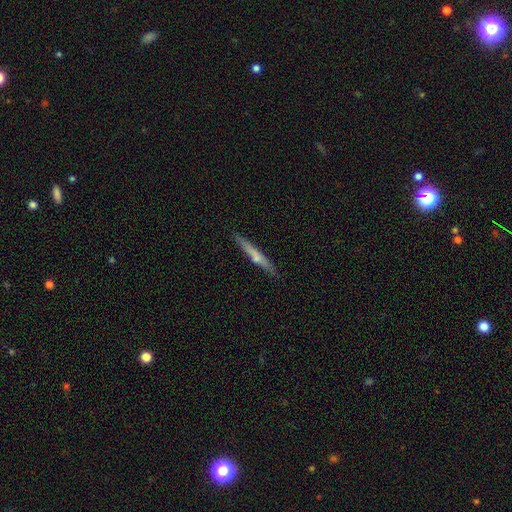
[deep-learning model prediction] Smooth or featured? Predicted: smooth (p=0.47, tied with featured or disk). Merging? Predicted: none (p=0.88).